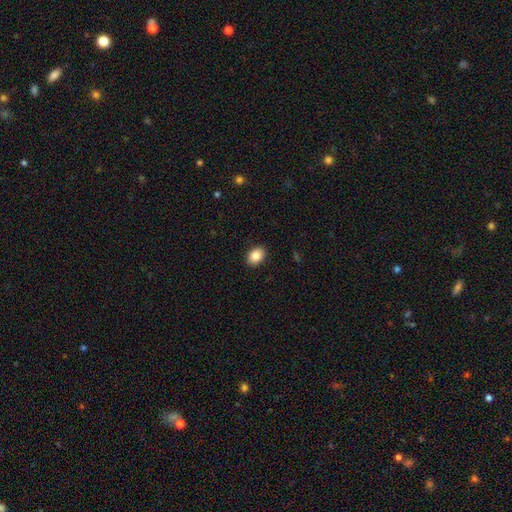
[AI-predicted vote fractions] Morphology: type=smooth (87%); roundness=in between (68%); merging=none (91%).